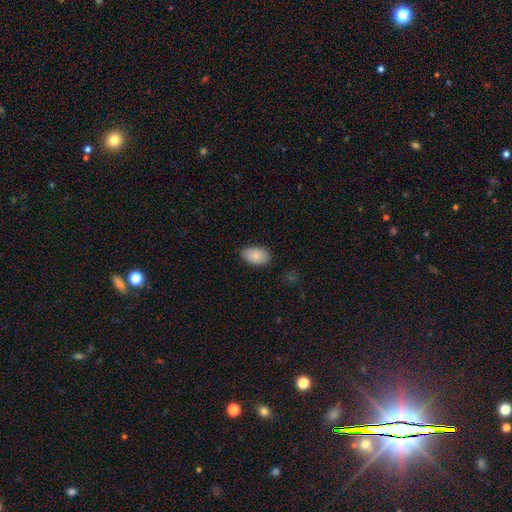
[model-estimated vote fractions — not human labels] A smooth galaxy with no disk features (85%) that is in between round and cigar-shaped (91%).

Vote fractions:
- Smooth or featured? smooth: 85% / featured or disk: 8% / star or artifact: 7%
- How rounded? in between: 91% / round: 8% / cigar-shaped: 1%
- Merging? none: 82% / minor disturbance: 15% / major disturbance: 2% / merger: 1%